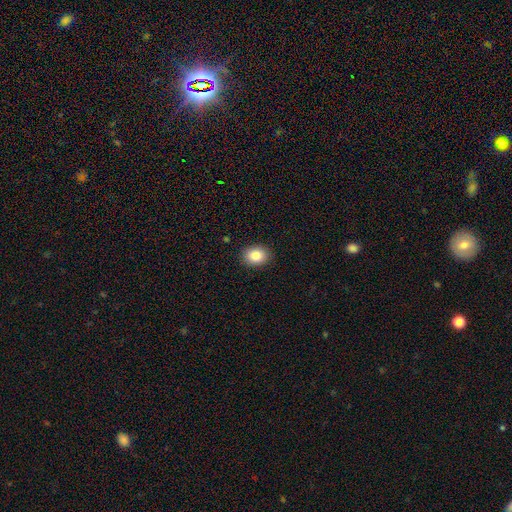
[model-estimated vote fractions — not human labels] Q: Smooth or featured?
A: smooth (85%); runner-up: star or artifact (8%)
Q: How rounded?
A: in between (59%); runner-up: round (40%)
Q: Merging?
A: none (90%); runner-up: minor disturbance (8%)